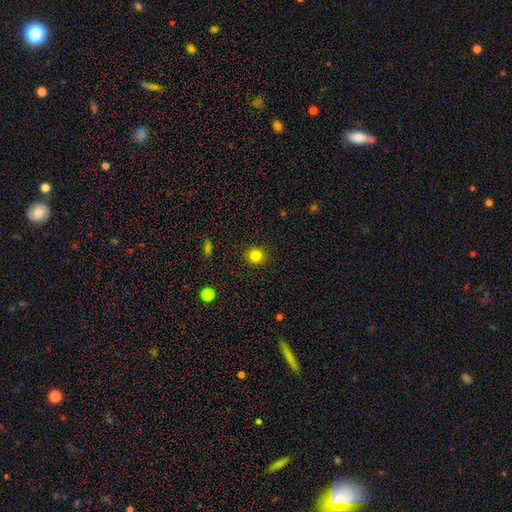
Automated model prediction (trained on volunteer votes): Smooth or featured?
  - smooth: 82% *
  - star or artifact: 12%
  - featured or disk: 6%
How rounded?
  - round: 89% *
  - in between: 10%
  - cigar-shaped: 1%
Merging?
  - none: 91% *
  - minor disturbance: 6%
  - major disturbance: 2%
  - merger: 1%